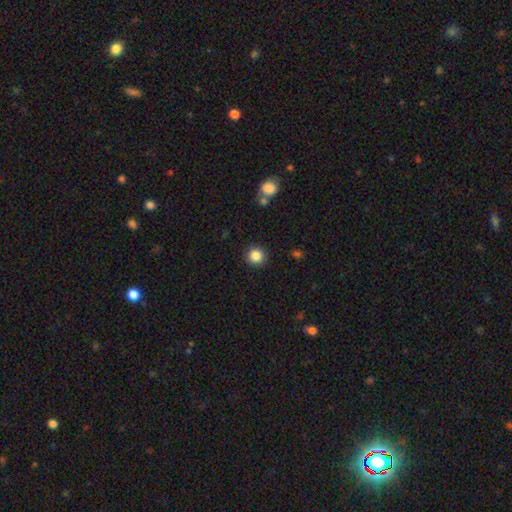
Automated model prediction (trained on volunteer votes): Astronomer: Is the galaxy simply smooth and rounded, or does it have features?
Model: smooth — 85%.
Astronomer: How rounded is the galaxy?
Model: round — 94%.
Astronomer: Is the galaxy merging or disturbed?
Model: none — 91%.